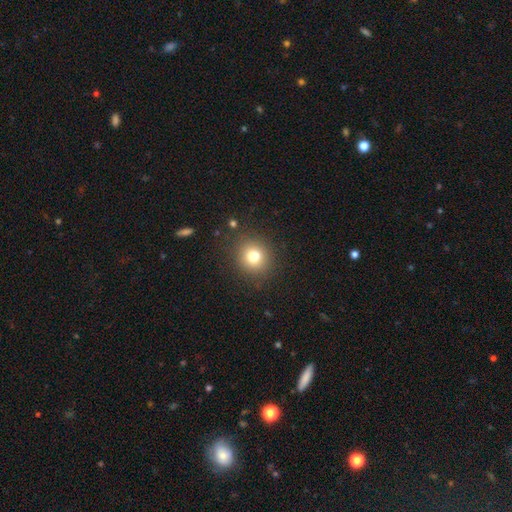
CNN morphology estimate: This appears to be a smooth galaxy with no disk features (78%) that is round (85%). Merging: none (88%).